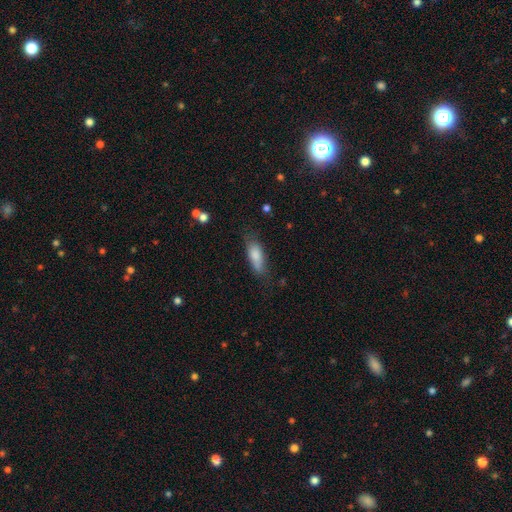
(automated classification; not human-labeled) smooth-or-featured: smooth: 81% | featured or disk: 13% | star or artifact: 7%
  how-rounded: in between: 67% | cigar-shaped: 30% | round: 2%
  merging: none: 63% | minor disturbance: 26% | major disturbance: 8% | merger: 3%